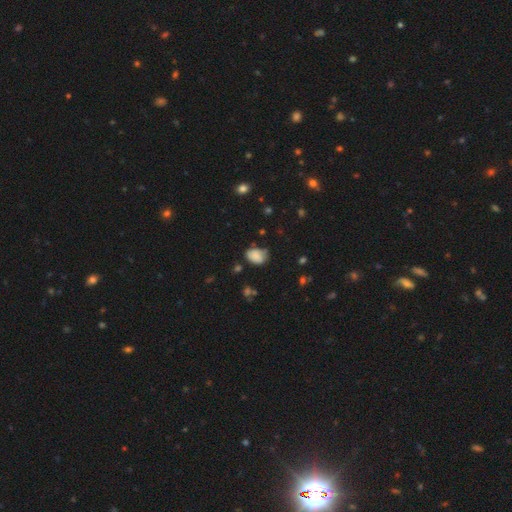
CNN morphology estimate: A smooth galaxy with no disk features (83%) that is in between round and cigar-shaped (73%).

Vote fractions:
- Smooth or featured? smooth: 83% / star or artifact: 9% / featured or disk: 8%
- How rounded? in between: 73% / round: 26% / cigar-shaped: 1%
- Merging? none: 59% / minor disturbance: 29% / major disturbance: 8% / merger: 4%